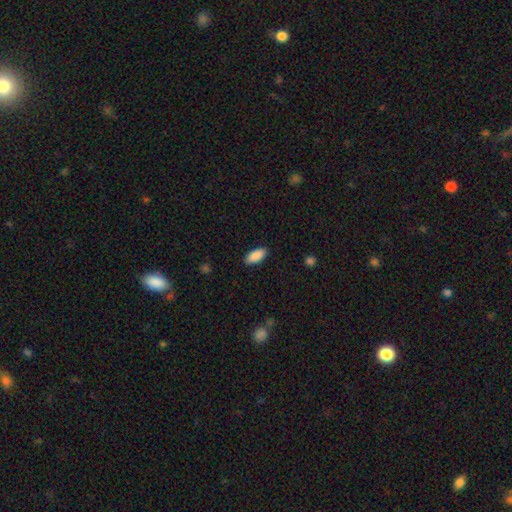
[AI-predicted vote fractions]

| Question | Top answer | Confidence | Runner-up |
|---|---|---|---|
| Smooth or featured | smooth | 89% | star or artifact (6%) |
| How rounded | in between | 91% | cigar-shaped (7%) |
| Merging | none | 88% | minor disturbance (9%) |